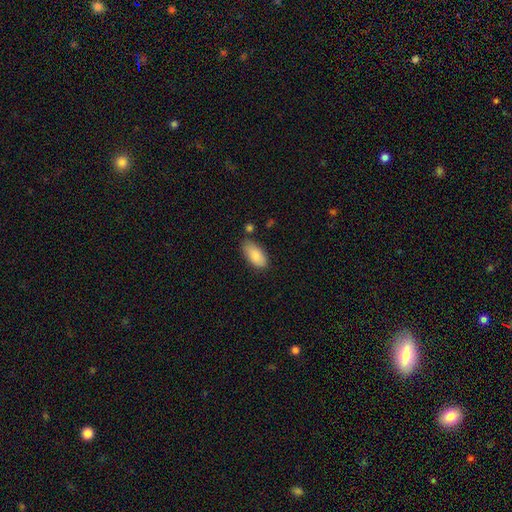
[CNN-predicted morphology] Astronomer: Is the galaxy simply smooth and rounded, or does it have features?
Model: smooth — 85%.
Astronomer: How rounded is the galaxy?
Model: in between — 91%.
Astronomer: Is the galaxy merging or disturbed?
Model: none — 73%.